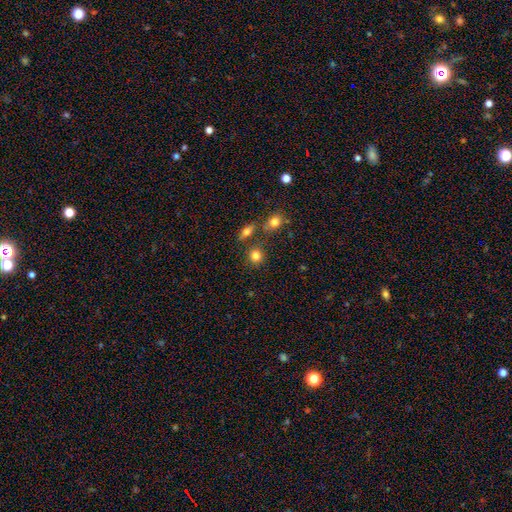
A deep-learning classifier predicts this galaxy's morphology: Smooth or featured? smooth (81%)
How rounded? round (85%)
Merging? none (73%)